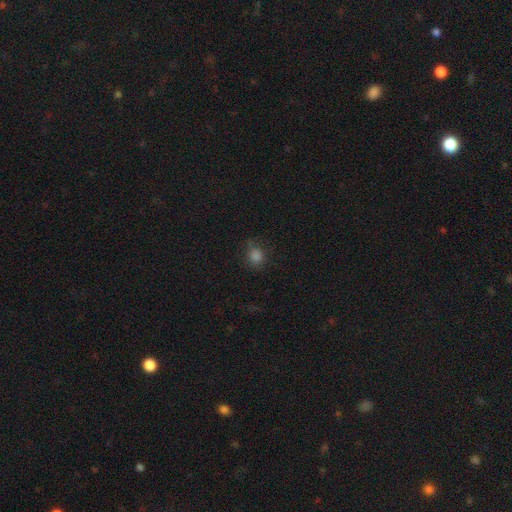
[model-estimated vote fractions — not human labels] Smooth or featured?
  - smooth: 79% *
  - star or artifact: 16%
  - featured or disk: 5%
How rounded?
  - round: 81% *
  - in between: 18%
  - cigar-shaped: 1%
Merging?
  - none: 73% *
  - minor disturbance: 18%
  - major disturbance: 7%
  - merger: 2%